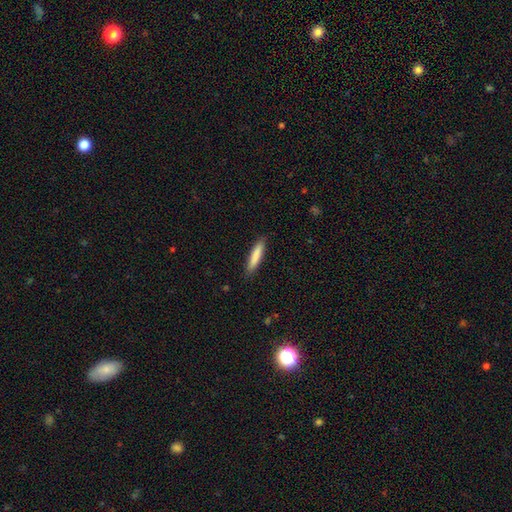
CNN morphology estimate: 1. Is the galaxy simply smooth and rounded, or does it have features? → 83% smooth, 11% featured or disk, 6% star or artifact.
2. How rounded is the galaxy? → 87% cigar-shaped, 12% in between, 1% round.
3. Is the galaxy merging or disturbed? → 88% none, 9% minor disturbance, 2% major disturbance, 1% merger.